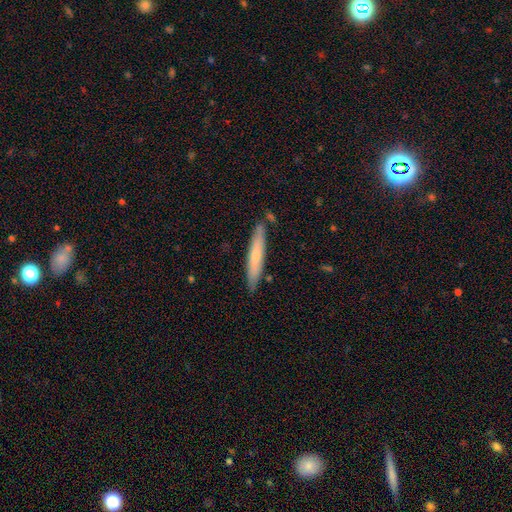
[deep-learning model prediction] A smooth galaxy with no disk features (60%) that is cigar-shaped (93%). Merging: none (84%).